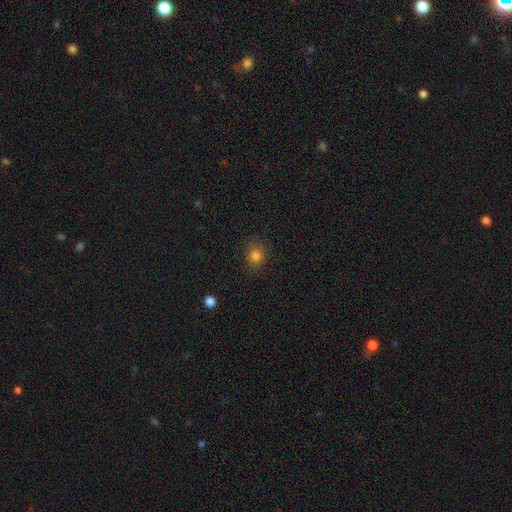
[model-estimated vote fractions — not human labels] smooth_or_featured: smooth (p=0.82) [alt: star or artifact p=0.13]
how_rounded: round (p=0.74) [alt: in between p=0.25]
merging: none (p=0.85) [alt: minor disturbance p=0.11]